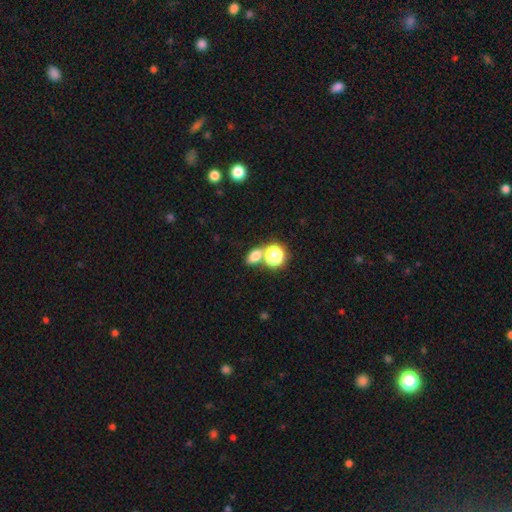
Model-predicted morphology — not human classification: This appears to be a smooth galaxy with no disk features (74%) that is in between round and cigar-shaped (67%). Merging: none (55%).